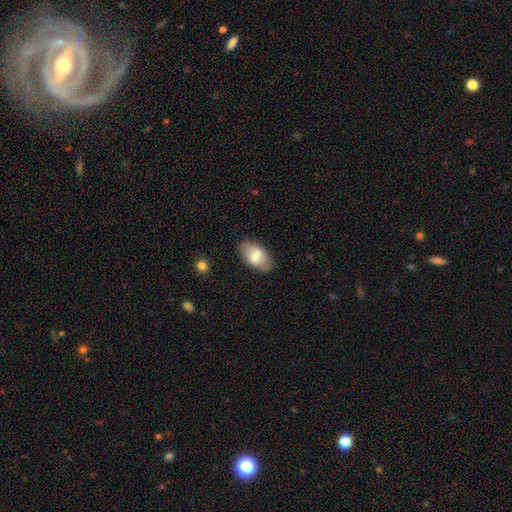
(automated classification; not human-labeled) Smooth or featured: smooth — 70% (featured or disk — 23%)
How rounded: in between — 93% (round — 5%)
Merging: none — 84% (minor disturbance — 12%)